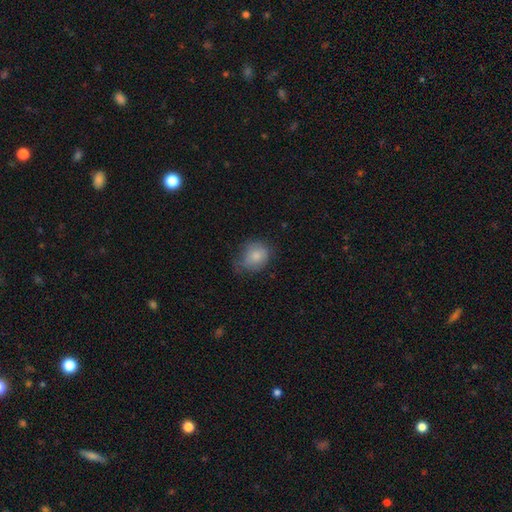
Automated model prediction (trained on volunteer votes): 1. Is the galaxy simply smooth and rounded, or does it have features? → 82% smooth, 10% featured or disk, 8% star or artifact.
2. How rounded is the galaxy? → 59% round, 40% in between, 1% cigar-shaped.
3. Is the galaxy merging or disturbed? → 52% none, 34% minor disturbance, 12% major disturbance, 2% merger.